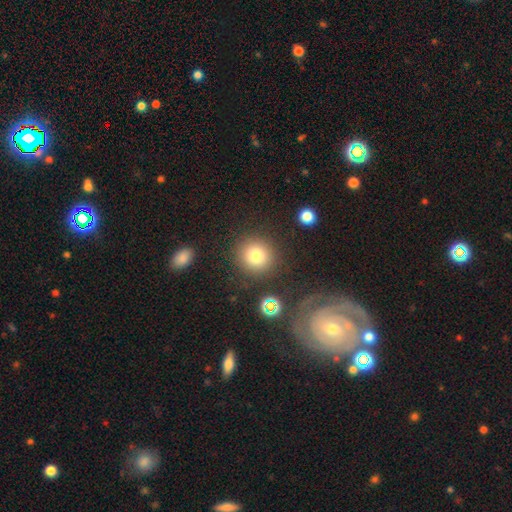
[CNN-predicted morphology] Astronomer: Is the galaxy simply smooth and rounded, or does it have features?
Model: smooth — 79%.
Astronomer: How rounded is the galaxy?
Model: round — 92%.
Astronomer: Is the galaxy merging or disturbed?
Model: none — 86%.